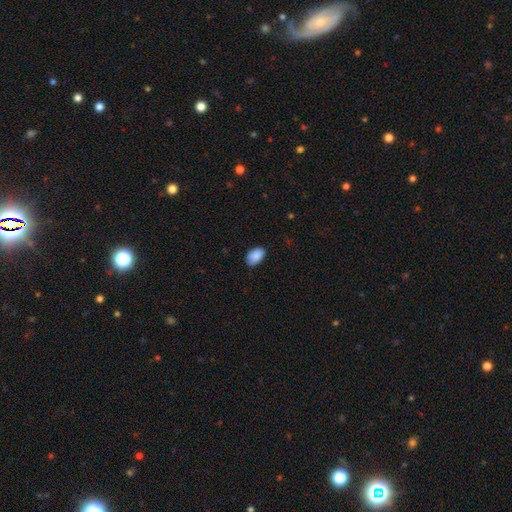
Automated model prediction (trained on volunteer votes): Q: Smooth or featured?
A: smooth (89%); runner-up: star or artifact (7%)
Q: How rounded?
A: in between (92%); runner-up: round (7%)
Q: Merging?
A: none (80%); runner-up: minor disturbance (16%)